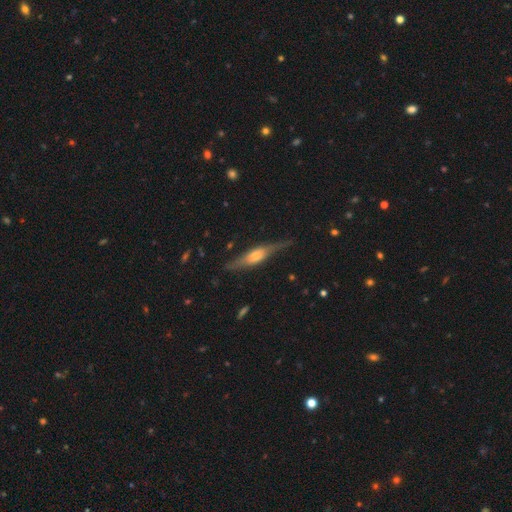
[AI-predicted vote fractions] Overall: featured or disk (66%; smooth 27%). Edge-on disk: yes (93%). Edge-on bulge: rounded (72%). Merging: none (77%).